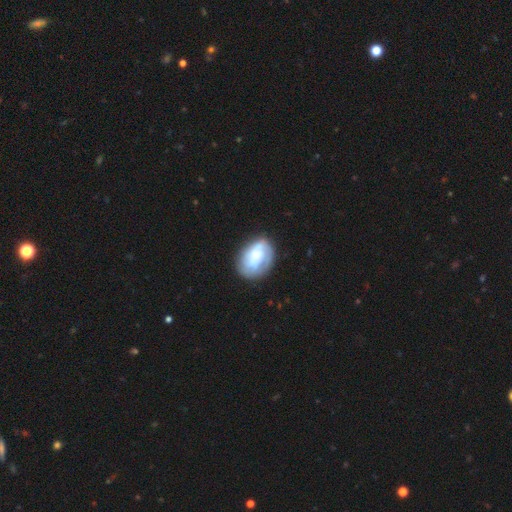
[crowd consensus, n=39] smooth_or_featured: smooth (p=0.59) [alt: featured or disk p=0.36]
how_rounded: in between (p=0.74) [alt: round p=0.26]
merging: minor disturbance (p=0.46) [alt: none p=0.43]